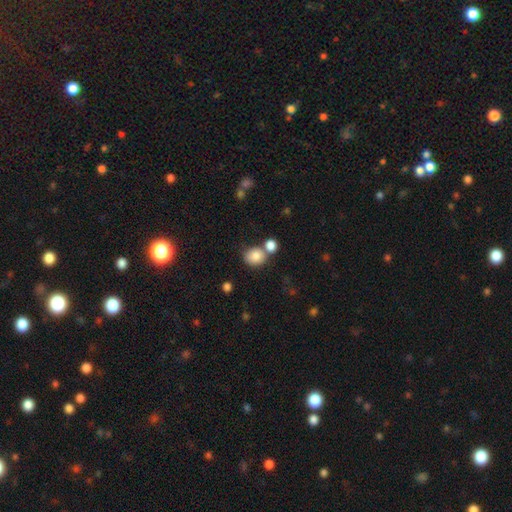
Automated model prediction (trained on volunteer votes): This appears to be a smooth galaxy with no disk features (83%) that is round (67%). Merging: none (53%).